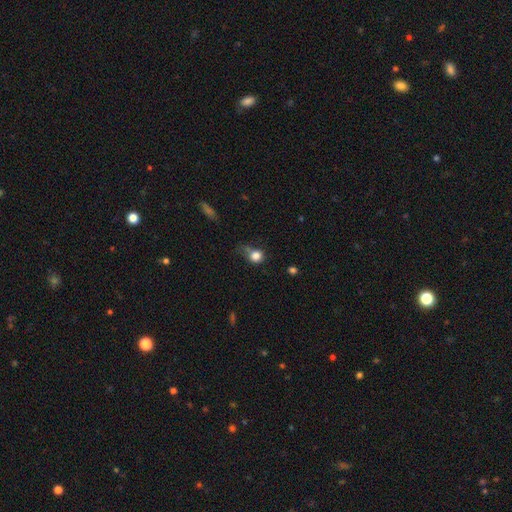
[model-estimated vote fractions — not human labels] Overall: smooth (81%). How rounded: round (76%). Merging: none (39%; minor disturbance 31%).